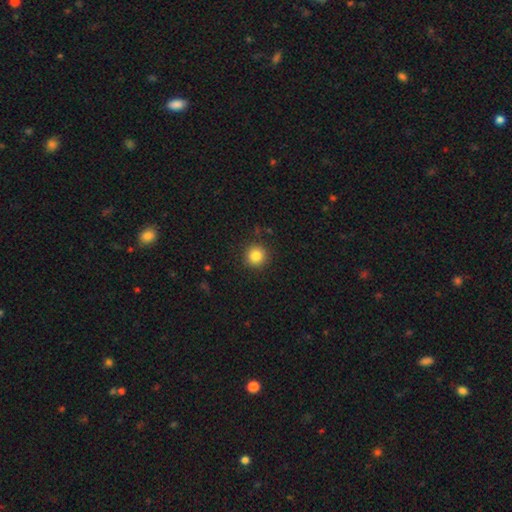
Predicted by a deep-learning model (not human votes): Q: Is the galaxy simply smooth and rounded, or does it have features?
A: smooth — 84%.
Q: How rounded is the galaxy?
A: round — 94%.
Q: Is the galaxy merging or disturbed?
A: none — 91%.